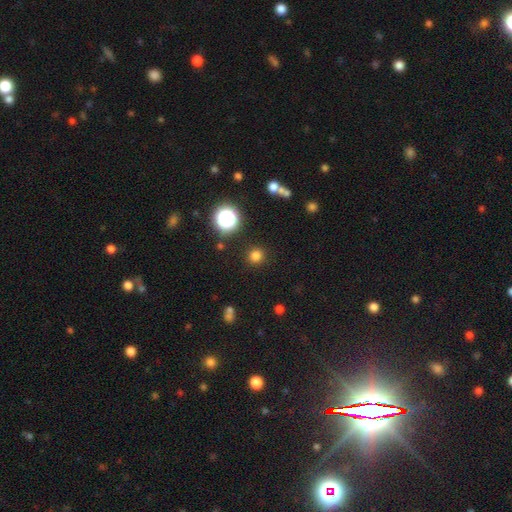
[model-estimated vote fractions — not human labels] Q: Smooth or featured?
A: smooth (78%); runner-up: star or artifact (17%)
Q: How rounded?
A: round (93%); runner-up: in between (6%)
Q: Merging?
A: none (90%); runner-up: minor disturbance (6%)